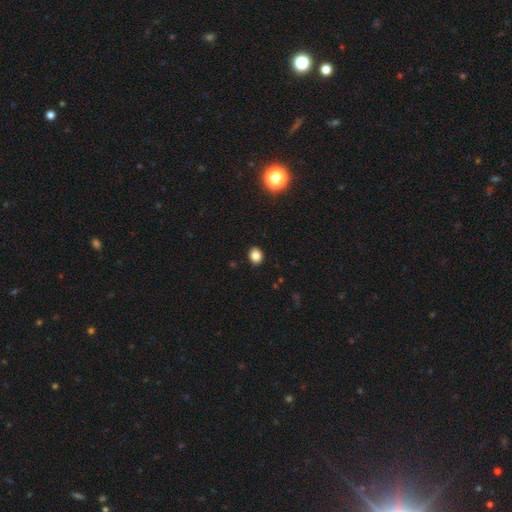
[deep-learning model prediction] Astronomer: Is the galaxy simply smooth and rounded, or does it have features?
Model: smooth — 84%.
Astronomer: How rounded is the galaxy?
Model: round — 53% (runner-up: in between, 46%).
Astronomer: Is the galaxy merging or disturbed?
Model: none — 90%.